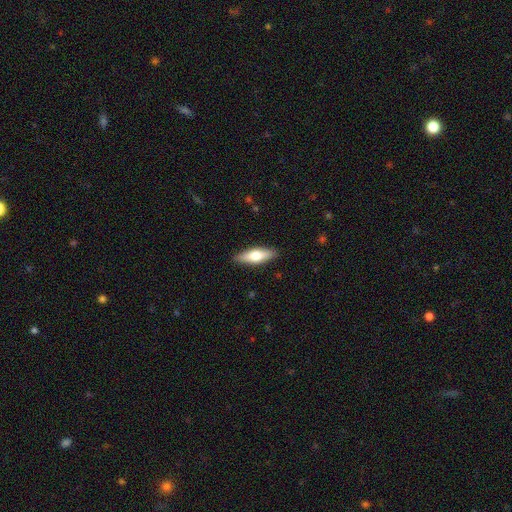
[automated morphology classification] smooth-or-featured: smooth: 59% | featured or disk: 36% | star or artifact: 6%
  how-rounded: in between: 51% | cigar-shaped: 47% | round: 2%
  merging: none: 89% | minor disturbance: 8% | major disturbance: 2% | merger: 1%